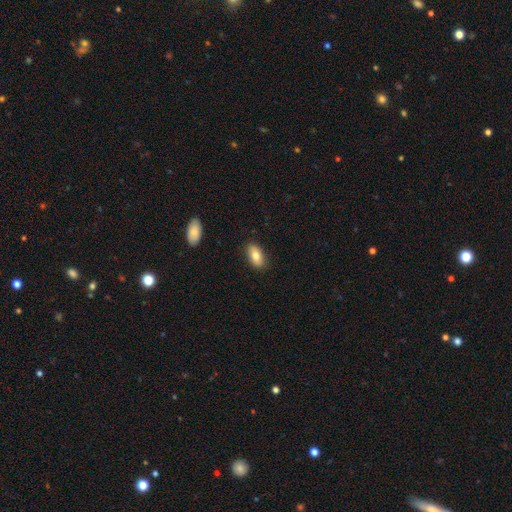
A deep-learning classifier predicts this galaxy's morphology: The model was most divided on "smooth or featured": smooth: 80%, featured or disk: 13%, star or artifact: 7%. More confident: how rounded — in between (92%); merging — none (87%).